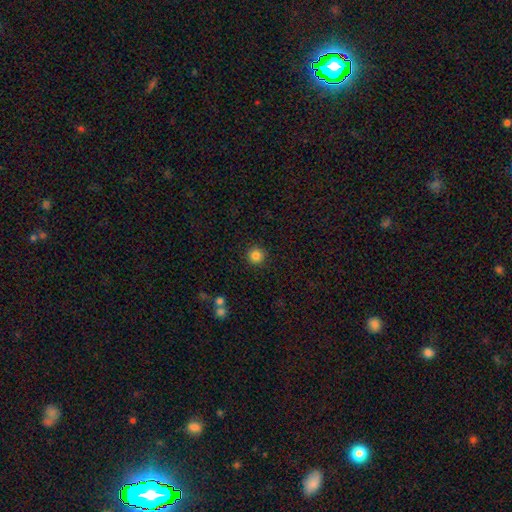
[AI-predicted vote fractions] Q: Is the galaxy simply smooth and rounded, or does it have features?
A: smooth — 85%.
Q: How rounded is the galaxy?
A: round — 96%.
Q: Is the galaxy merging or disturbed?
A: none — 92%.